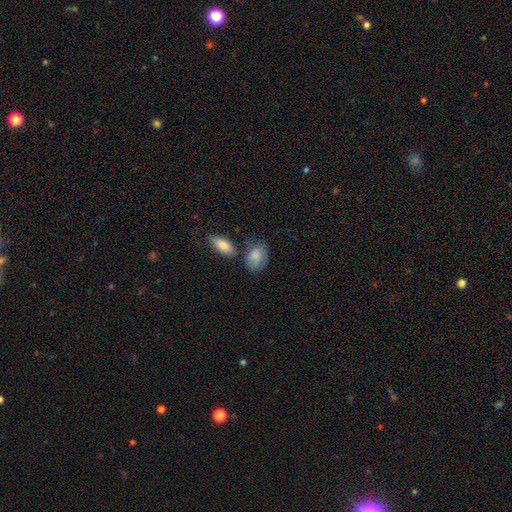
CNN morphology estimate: smooth 77%, featured or disk 17%, star or artifact 7%. Down the decision tree: how rounded — in between (83%); merging — none (52%).